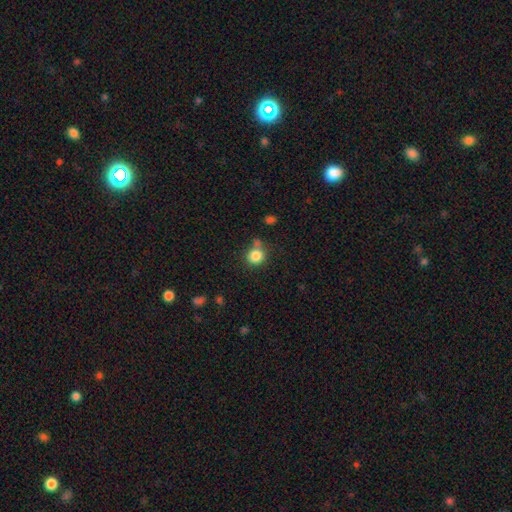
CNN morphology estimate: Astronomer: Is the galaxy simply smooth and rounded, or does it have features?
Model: smooth — 84%.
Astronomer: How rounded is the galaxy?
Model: round — 84%.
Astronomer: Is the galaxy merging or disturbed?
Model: none — 63%.